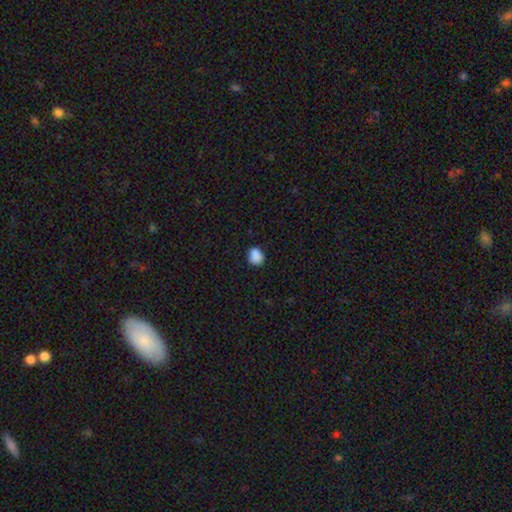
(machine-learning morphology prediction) Smooth or featured: smooth — 87% (star or artifact — 9%)
How rounded: round — 58% (in between — 41%)
Merging: none — 77% (minor disturbance — 18%)